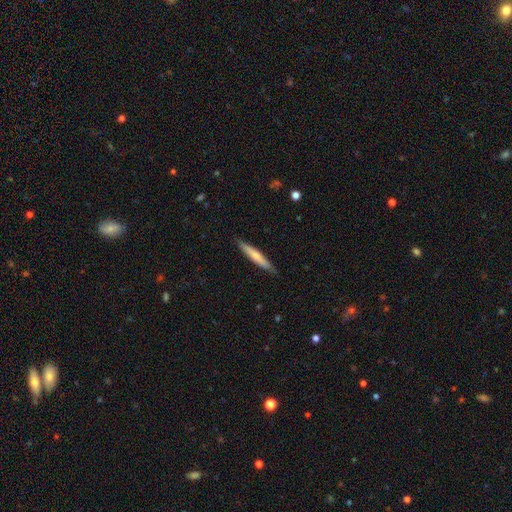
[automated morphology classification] Overall: smooth (59%; featured or disk 36%). How rounded: cigar-shaped (93%). Merging: none (87%).